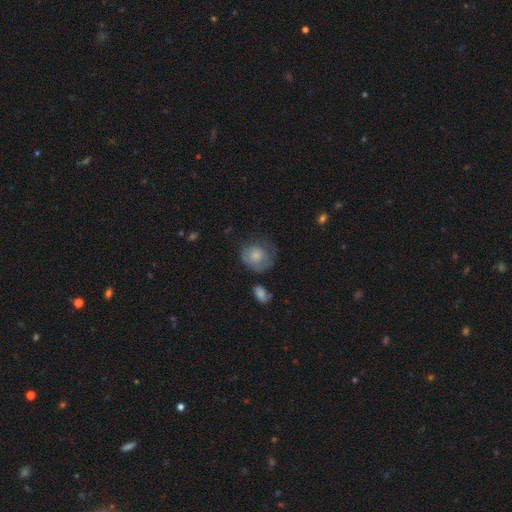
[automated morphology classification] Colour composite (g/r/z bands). It shows a smooth galaxy with no disk features (70%) that is round (75%). Merging: none (48%).